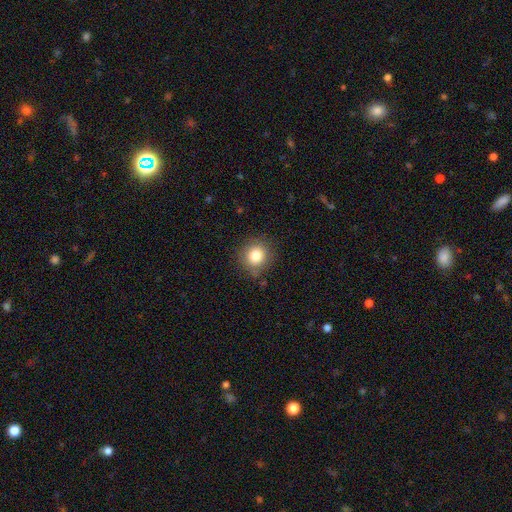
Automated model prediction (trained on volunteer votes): This is clearly a smooth galaxy (81%). How rounded: clearly round (89%). Merging: clearly none (83%).